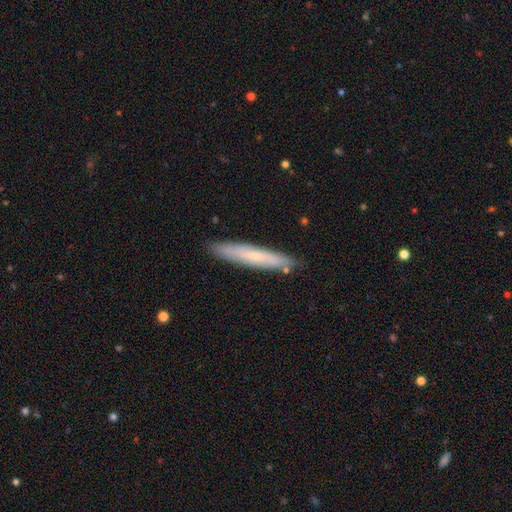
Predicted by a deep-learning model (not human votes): This appears to be a smooth galaxy with no disk features (64%) that is cigar-shaped (93%). Merging: none (87%).